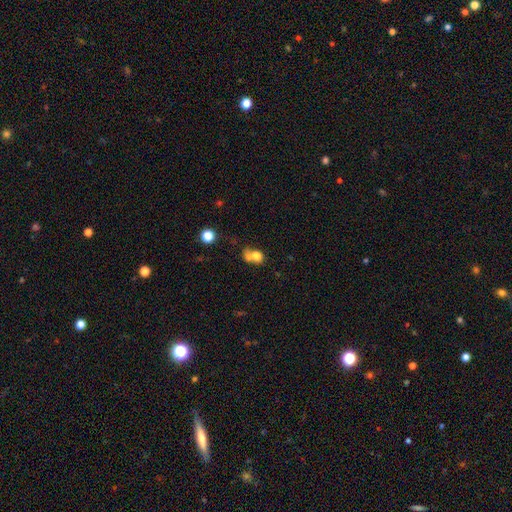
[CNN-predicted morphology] smooth 74%, featured or disk 15%, star or artifact 11%. Down the decision tree: how rounded — round (53%); merging — merger (55%).